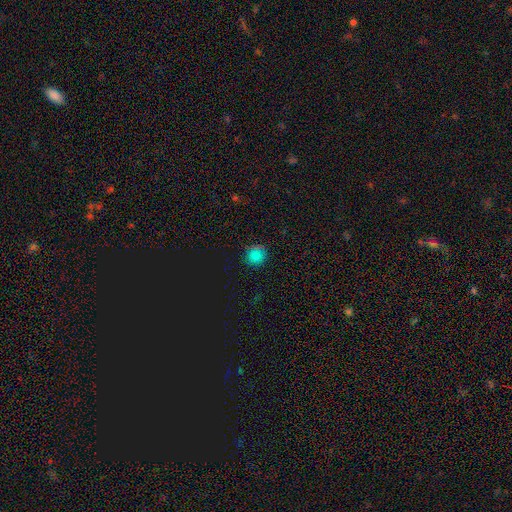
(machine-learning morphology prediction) Overall: smooth (73%). How rounded: round (88%). Merging: none (82%).